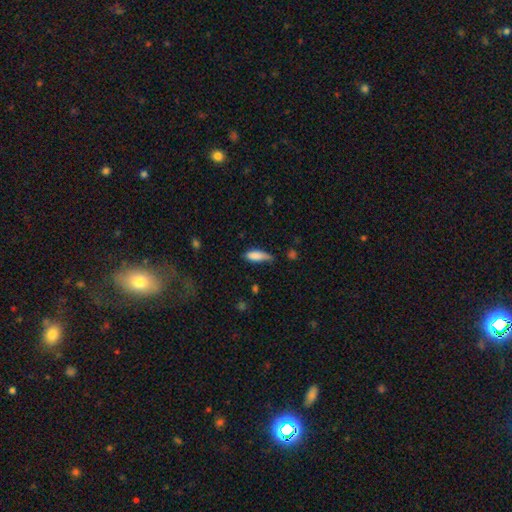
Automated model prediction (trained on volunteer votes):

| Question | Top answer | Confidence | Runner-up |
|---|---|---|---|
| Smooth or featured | smooth | 83% | featured or disk (10%) |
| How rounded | in between | 59% | cigar-shaped (39%) |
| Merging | none | 49% | minor disturbance (38%) |